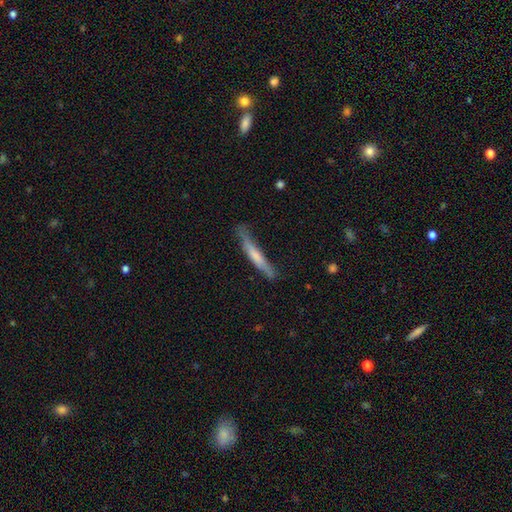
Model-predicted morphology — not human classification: Smooth or featured? smooth (56%)
How rounded? cigar-shaped (95%)
Merging? none (72%)